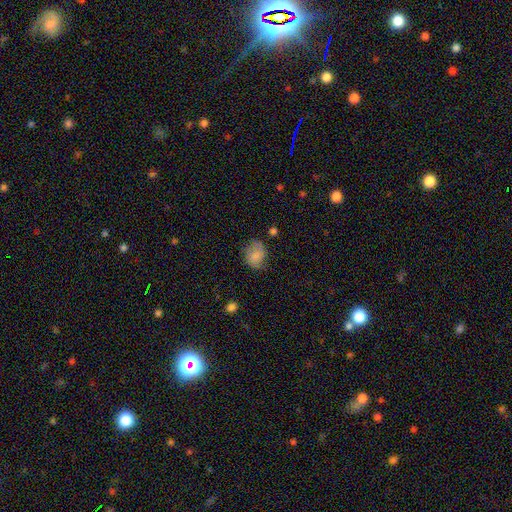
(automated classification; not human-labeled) Smooth or featured? smooth (68%)
How rounded? round (52%)
Merging? none (56%)